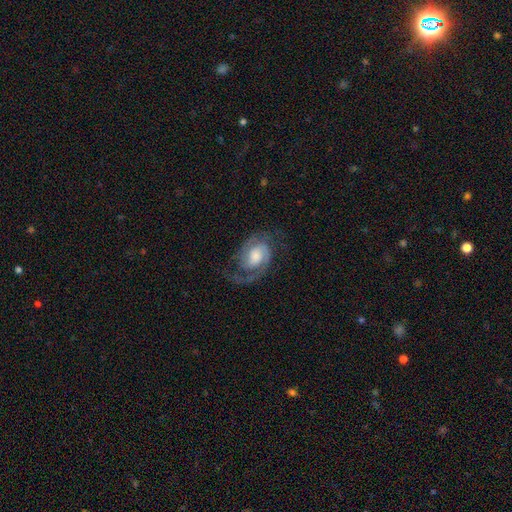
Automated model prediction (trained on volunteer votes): This appears to be a featured or disk galaxy (84%) with no bar (56%), 2 (79%) medium (47%) spiral arms (97%) and a moderate central bulge (47%). Merging: none (66%).